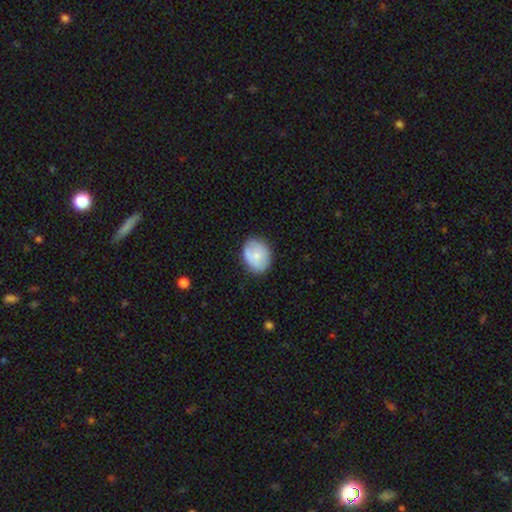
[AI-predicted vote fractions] The model was most divided on "how rounded": in between: 52%, round: 48%, cigar-shaped: 1%. More confident: merging — none (75%); smooth or featured — smooth (71%).